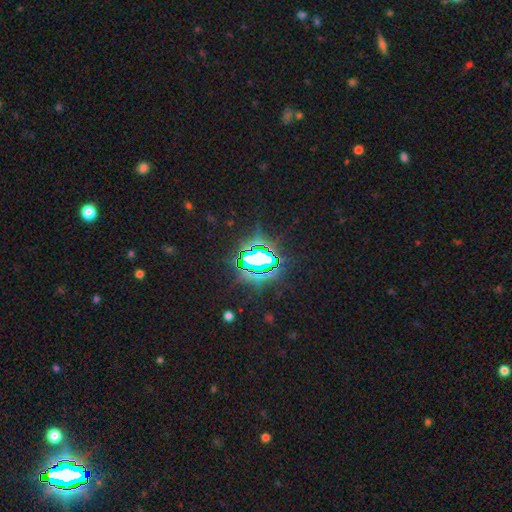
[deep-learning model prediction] A star or artifact, not a galaxy (81%).